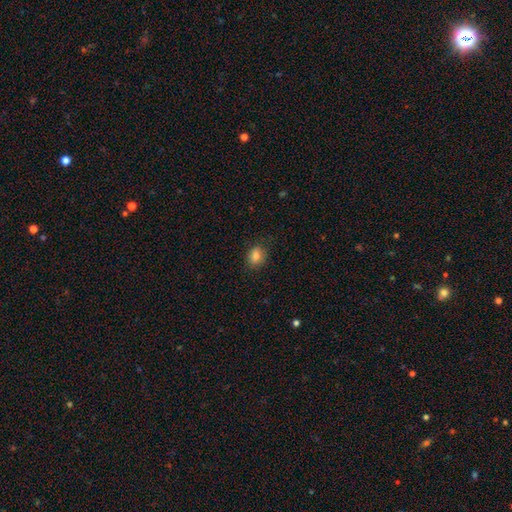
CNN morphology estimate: smooth 84%, star or artifact 10%, featured or disk 6%. Down the decision tree: how rounded — in between (60%); merging — none (83%).